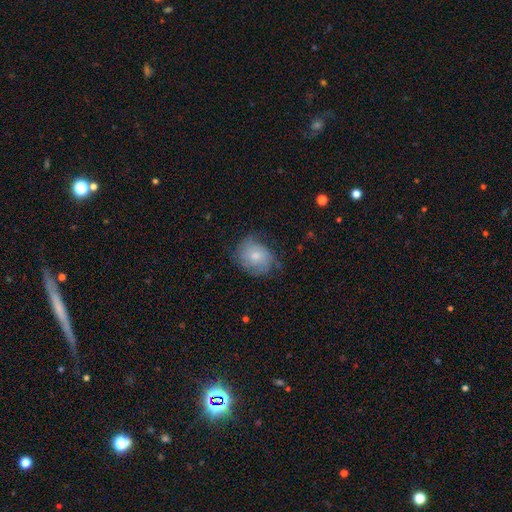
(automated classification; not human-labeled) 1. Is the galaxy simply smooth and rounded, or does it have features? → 53% smooth, 40% featured or disk, 7% star or artifact.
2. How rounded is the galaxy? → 59% round, 40% in between, 1% cigar-shaped.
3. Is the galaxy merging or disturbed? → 58% none, 29% minor disturbance, 11% major disturbance, 1% merger.